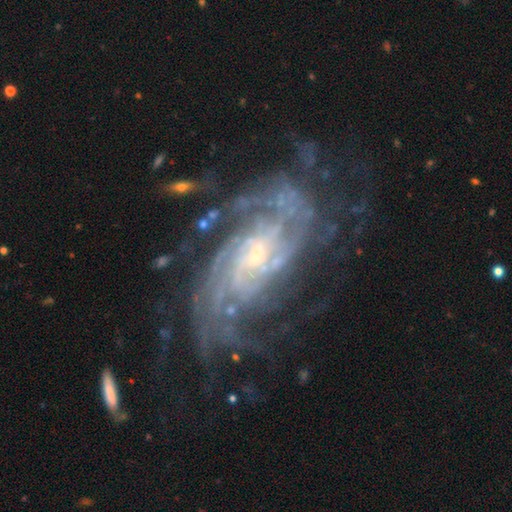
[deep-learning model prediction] This appears to be a featured or disk galaxy (91%) with a weak bar (45%), tight (58%) spiral arms (97%) and a small central bulge (57%). Merging: none (68%).